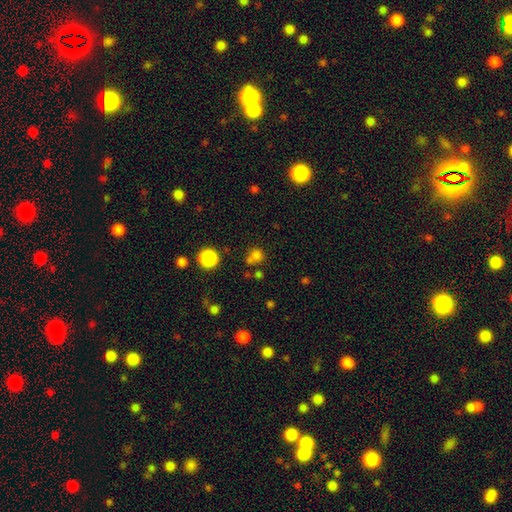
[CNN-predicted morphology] Smooth or featured: smooth — 74% (star or artifact — 19%)
How rounded: round — 82% (in between — 17%)
Merging: none — 57% (merger — 25%)